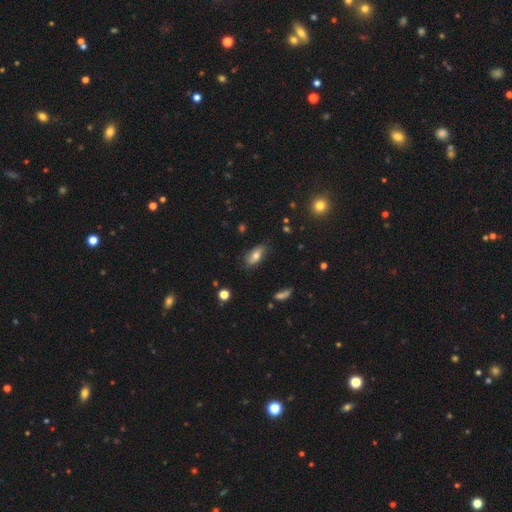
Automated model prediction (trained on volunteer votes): Overall: smooth (62%; featured or disk 27%). How rounded: in between (85%). Merging: none (73%).